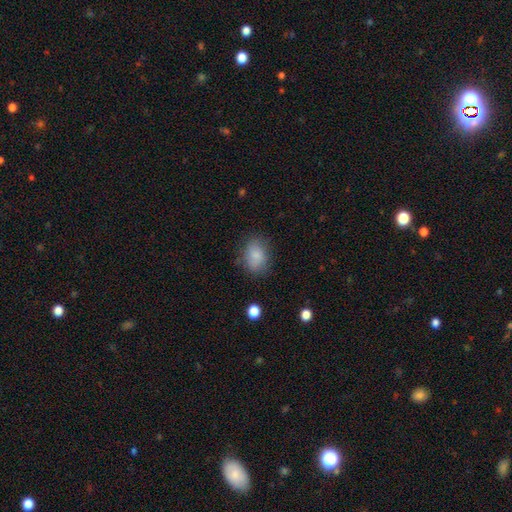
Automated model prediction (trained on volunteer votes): Smooth or featured? smooth (83%)
How rounded? in between (69%)
Merging? none (73%)